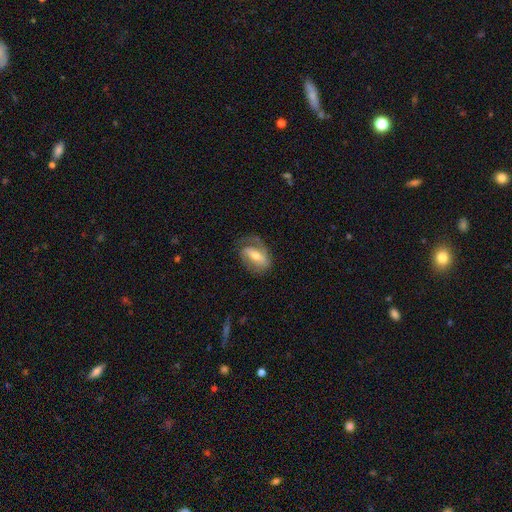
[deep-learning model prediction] Smooth or featured? featured or disk (67%)
Edge-on disk? no (93%)
Bar? strong (42%)
Spiral arms? yes (80%)
Bulge size? moderate (58%)
Merging? none (59%)